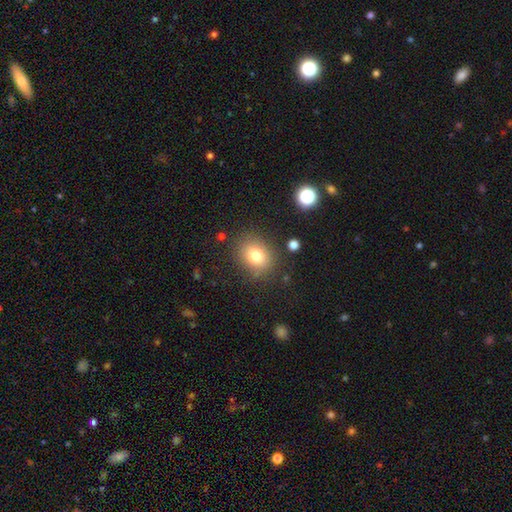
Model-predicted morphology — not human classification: A smooth galaxy with no disk features (77%) that is round (61%). Merging: none (83%).